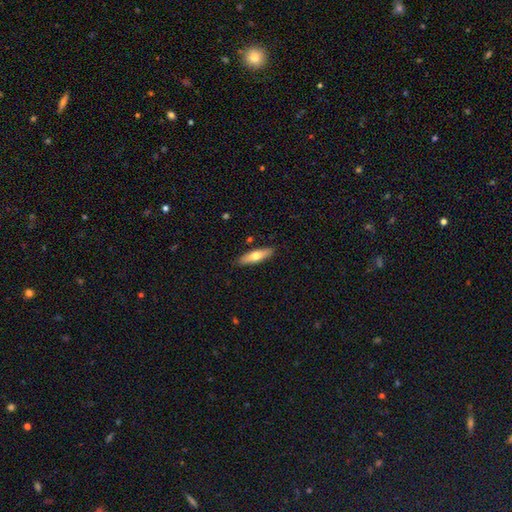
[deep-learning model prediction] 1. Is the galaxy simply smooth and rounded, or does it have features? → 61% smooth, 33% featured or disk, 6% star or artifact.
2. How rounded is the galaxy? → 62% cigar-shaped, 36% in between, 2% round.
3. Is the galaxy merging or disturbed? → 88% none, 8% minor disturbance, 2% merger, 2% major disturbance.